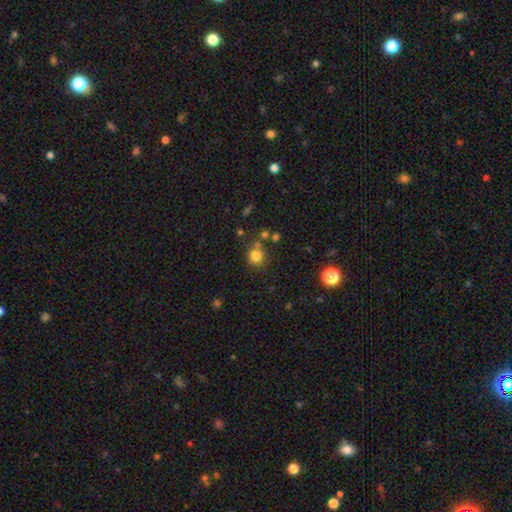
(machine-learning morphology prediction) This is likely a smooth galaxy (80%). How rounded: clearly round (88%). Merging: likely none (72%).